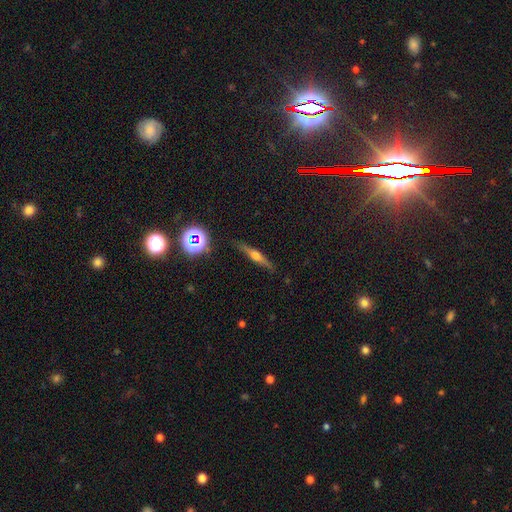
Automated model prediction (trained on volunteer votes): featured or disk 64%, smooth 25%, star or artifact 11%. Down the decision tree: edge-on disk — yes (96%); edge-on bulge — rounded (91%); merging — none (86%).